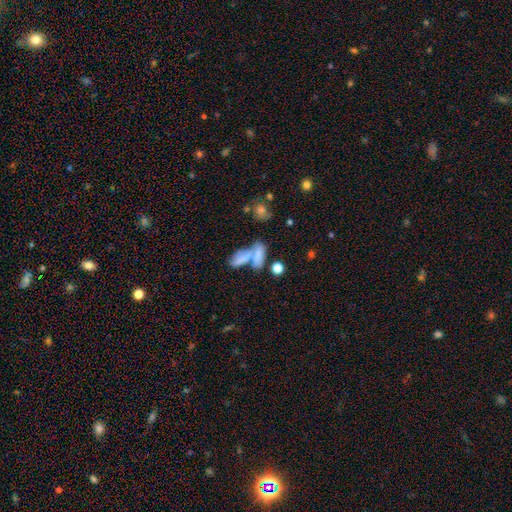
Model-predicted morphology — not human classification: This is likely a smooth galaxy (69%). How rounded: likely in between (68%). Merging: possibly merger (55%).